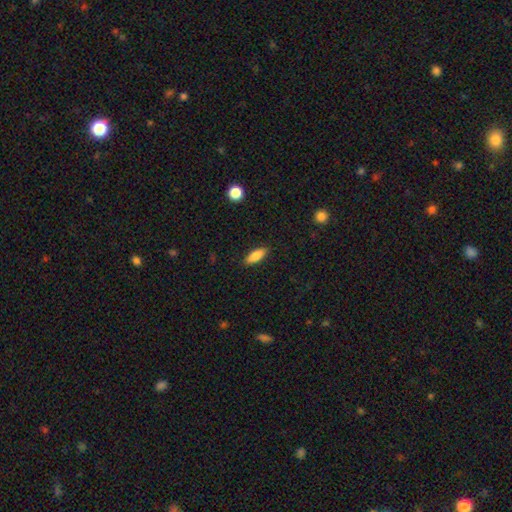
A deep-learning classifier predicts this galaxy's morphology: A smooth galaxy with no disk features (83%) that is in between round and cigar-shaped (64%).

Vote fractions:
- Smooth or featured? smooth: 83% / featured or disk: 10% / star or artifact: 7%
- How rounded? in between: 64% / cigar-shaped: 34% / round: 2%
- Merging? none: 88% / minor disturbance: 9% / major disturbance: 2% / merger: 1%